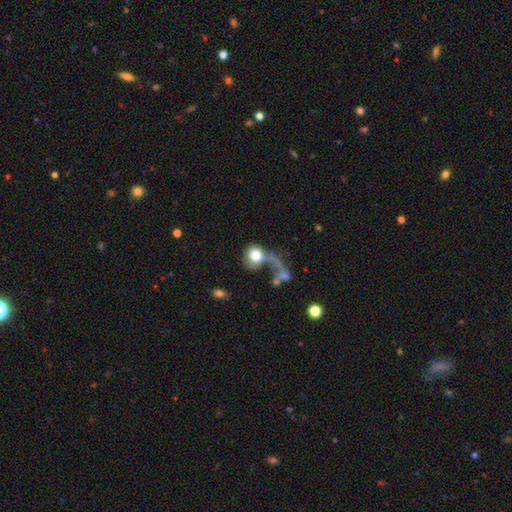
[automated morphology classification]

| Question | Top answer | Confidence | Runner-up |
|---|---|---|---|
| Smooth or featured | smooth | 63% | featured or disk (29%) |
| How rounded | round | 71% | in between (27%) |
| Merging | major disturbance | 47% | merger (22%) |